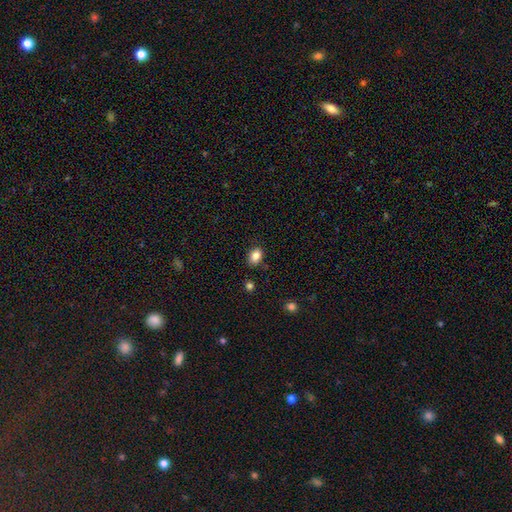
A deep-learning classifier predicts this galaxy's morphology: Q: Smooth or featured?
A: smooth (84%); runner-up: star or artifact (9%)
Q: How rounded?
A: in between (76%); runner-up: round (23%)
Q: Merging?
A: none (84%); runner-up: minor disturbance (11%)